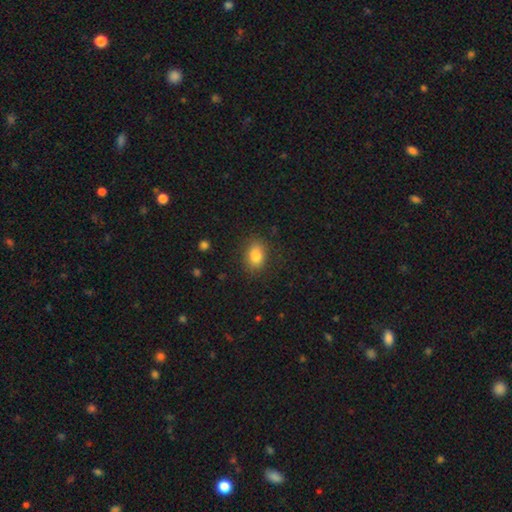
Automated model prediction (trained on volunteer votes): Smooth or featured: smooth — 84% (star or artifact — 9%)
How rounded: in between — 73% (round — 25%)
Merging: none — 83% (minor disturbance — 12%)